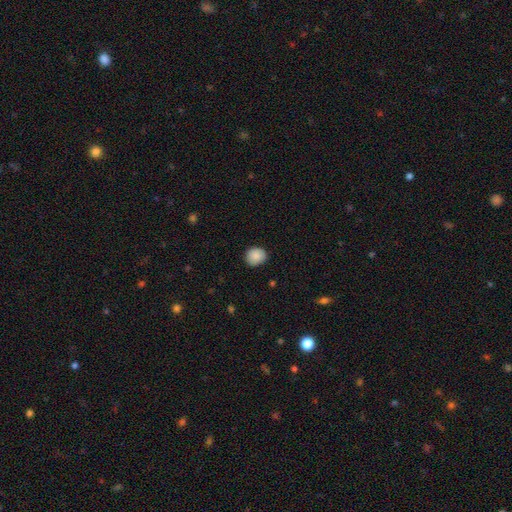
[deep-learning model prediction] This is clearly a smooth galaxy (88%). How rounded: clearly round (81%). Merging: clearly none (86%).